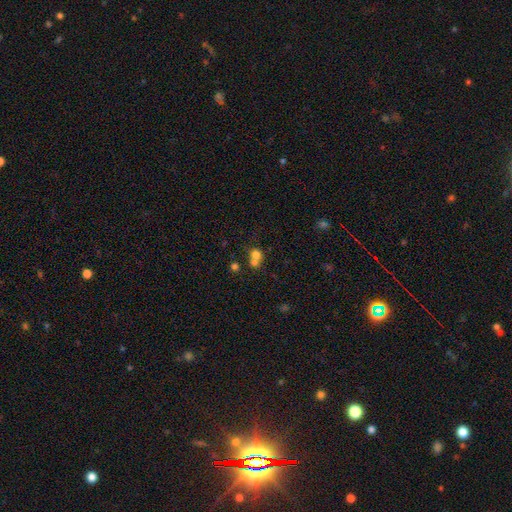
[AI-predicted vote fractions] A smooth galaxy with no disk features (73%) that is round (80%).

Vote fractions:
- Smooth or featured? smooth: 73% / featured or disk: 14% / star or artifact: 13%
- How rounded? round: 80% / in between: 19% / cigar-shaped: 1%
- Merging? merger: 57% / none: 34% / minor disturbance: 6% / major disturbance: 3%